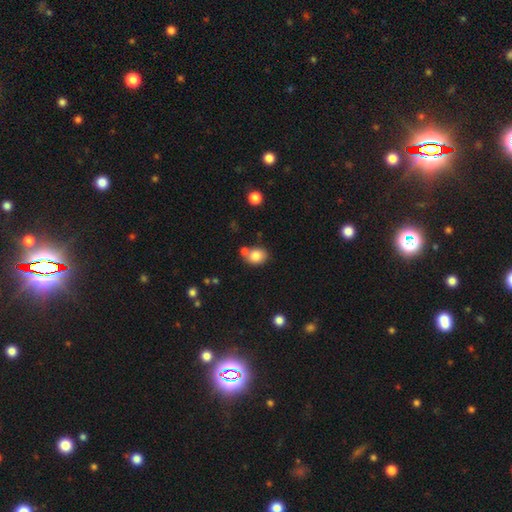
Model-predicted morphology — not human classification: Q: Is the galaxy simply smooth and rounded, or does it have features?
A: smooth — 82%.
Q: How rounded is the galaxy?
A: round — 50%.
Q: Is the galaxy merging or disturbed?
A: none — 60%.